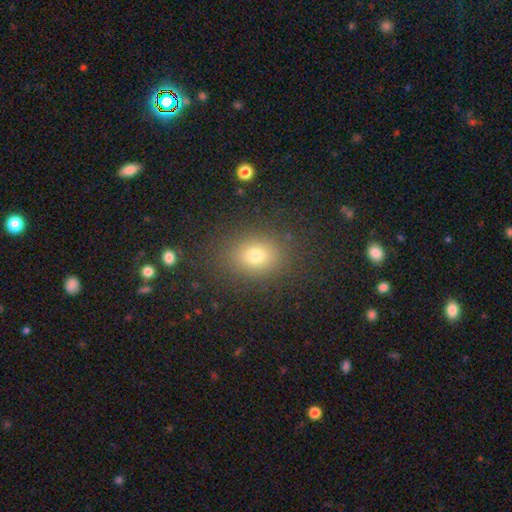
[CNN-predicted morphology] smooth 75%, star or artifact 15%, featured or disk 9%. Down the decision tree: how rounded — in between (56%); merging — none (85%).